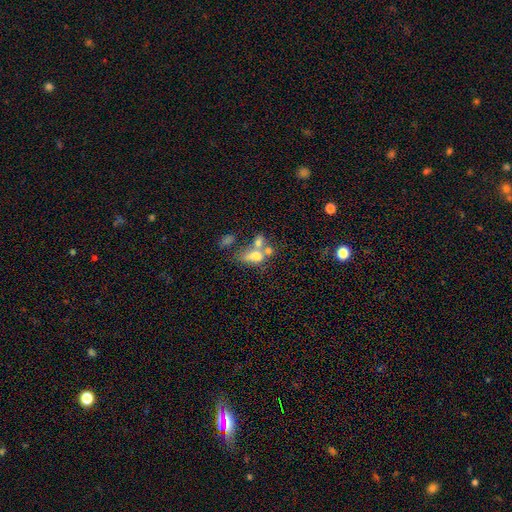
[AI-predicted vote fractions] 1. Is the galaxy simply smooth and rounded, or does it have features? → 63% smooth, 24% featured or disk, 12% star or artifact.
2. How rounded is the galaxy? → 71% in between, 23% round, 5% cigar-shaped.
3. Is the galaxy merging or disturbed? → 55% merger, 23% none, 12% major disturbance, 11% minor disturbance.